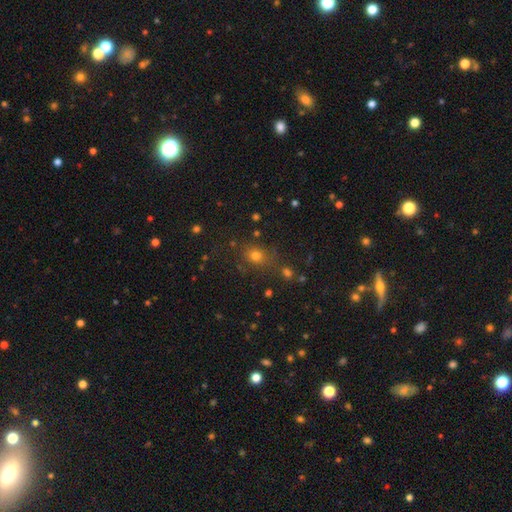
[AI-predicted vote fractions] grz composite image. It shows a smooth galaxy with no disk features (70%) that is round (66%). Merging: none (77%).